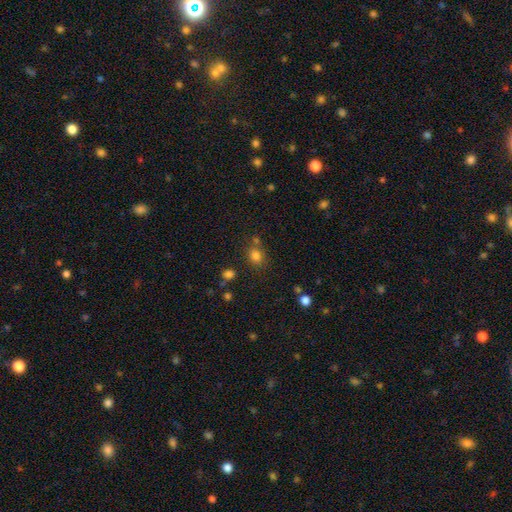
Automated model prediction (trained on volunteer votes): Morphology: type=smooth (78%); roundness=round (57%); merging=none (67%).